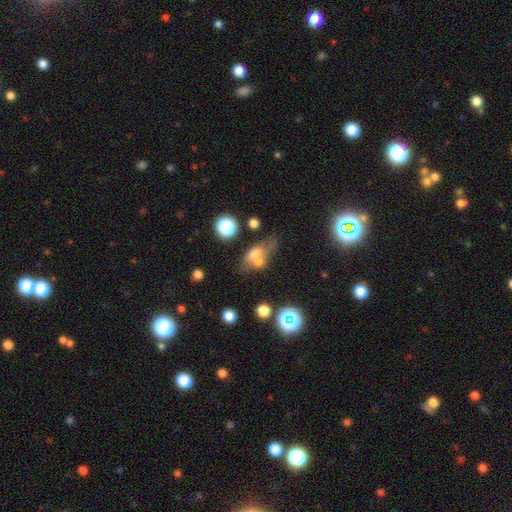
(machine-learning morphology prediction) A smooth galaxy with no disk features (56%) that is in between round and cigar-shaped (67%).

Vote fractions:
- Smooth or featured? smooth: 56% / featured or disk: 29% / star or artifact: 16%
- How rounded? in between: 67% / round: 26% / cigar-shaped: 7%
- Merging? merger: 45% / none: 29% / minor disturbance: 14% / major disturbance: 11%